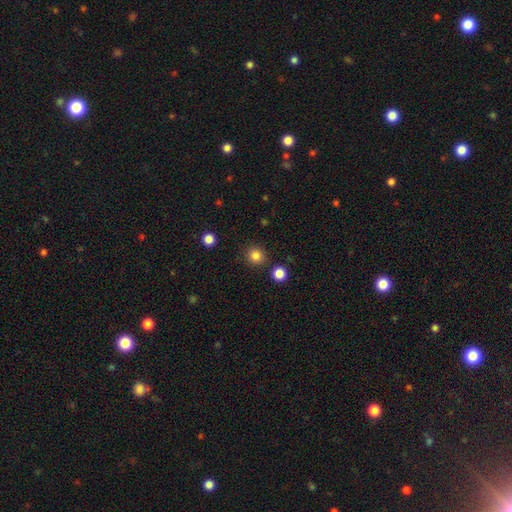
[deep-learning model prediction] Smooth or featured: smooth — 84% (star or artifact — 12%)
How rounded: round — 92% (in between — 7%)
Merging: none — 89% (minor disturbance — 6%)